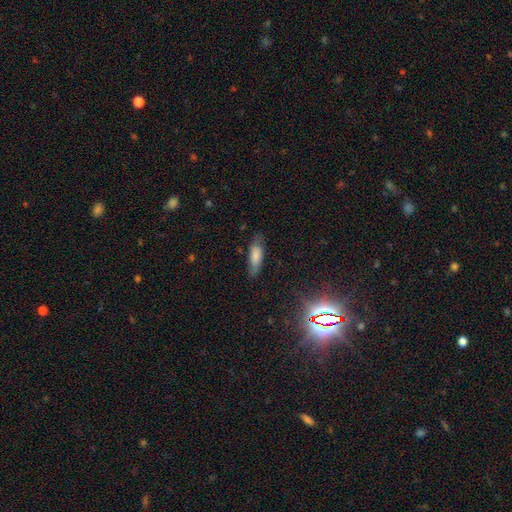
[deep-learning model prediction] A smooth galaxy with no disk features (74%) that is in between round and cigar-shaped (57%).

Vote fractions:
- Smooth or featured? smooth: 74% / featured or disk: 18% / star or artifact: 8%
- How rounded? in between: 57% / cigar-shaped: 41% / round: 2%
- Merging? none: 70% / minor disturbance: 23% / major disturbance: 6% / merger: 2%